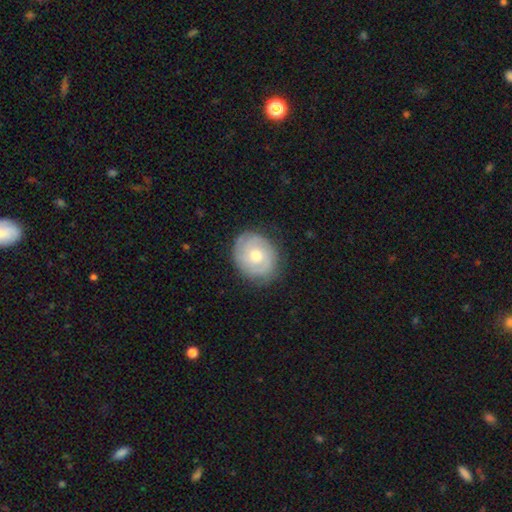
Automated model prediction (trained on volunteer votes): A featured or disk galaxy (66%) with no bar (78%), 2 (37%) tight (66%) spiral arms (85%) and a moderate central bulge (68%).

Vote fractions:
- Smooth or featured? featured or disk: 66% / smooth: 28% / star or artifact: 6%
- Edge-on disk? no: 97% / yes: 3%
- Bar? no: 78% / weak: 19% / strong: 3%
- Spiral arms? yes: 85% / no: 15%
- Spiral winding? tight: 66% / medium: 26% / loose: 8%
- Spiral arm count? 2: 37% / can't tell: 33% / 3: 17% / 1: 5% / 4: 4% / more than 4: 4%
- Bulge size? moderate: 68% / small: 26% / large: 4% / none: 1% / dominant: 1%
- Merging? none: 80% / minor disturbance: 14% / major disturbance: 4% / merger: 1%